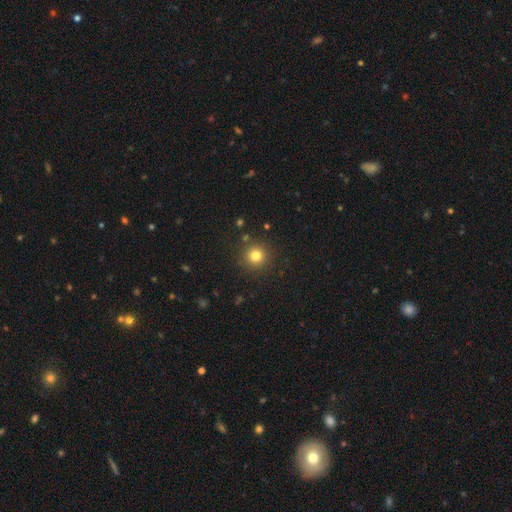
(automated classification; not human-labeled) This appears to be a smooth galaxy with no disk features (80%) that is round (93%). Merging: none (88%).